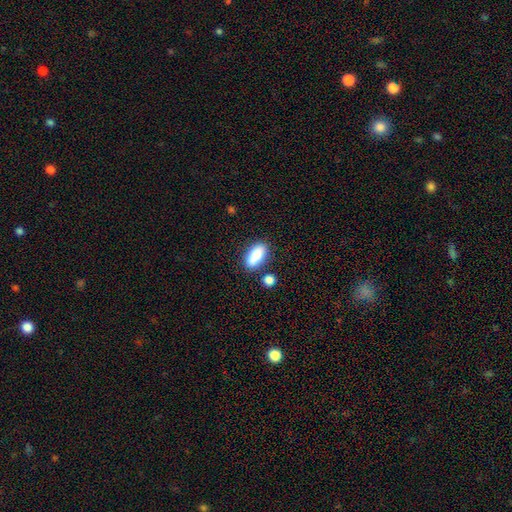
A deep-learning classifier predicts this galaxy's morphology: smooth 87%, star or artifact 7%, featured or disk 6%. Down the decision tree: how rounded — in between (84%); merging — none (74%).